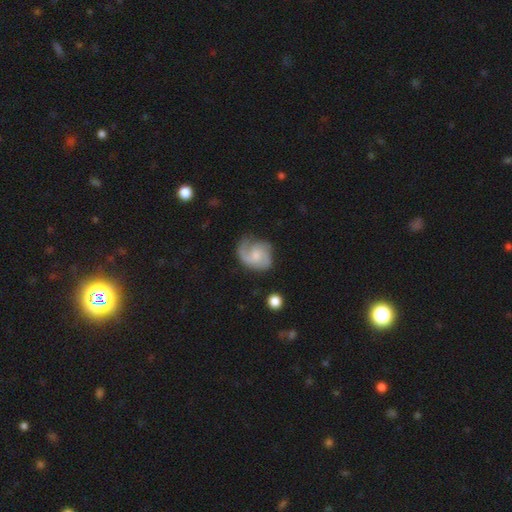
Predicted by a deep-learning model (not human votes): This is likely a featured or disk galaxy (77%). It is clearly not viewed edge-on (98%). Bar: likely no (61%). Spiral arm pattern: clearly yes (95%). Spiral arm count: possibly 2 (49%). Spiral winding: possibly medium (48%). Central bulge: possibly small (50%). Merging: possibly none (60%).